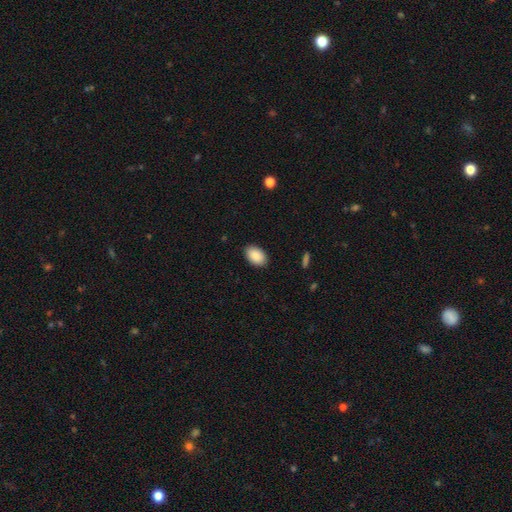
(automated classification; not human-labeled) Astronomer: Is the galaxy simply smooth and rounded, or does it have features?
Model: smooth — 90%.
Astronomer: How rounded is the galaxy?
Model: in between — 90%.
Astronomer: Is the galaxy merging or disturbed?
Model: none — 88%.